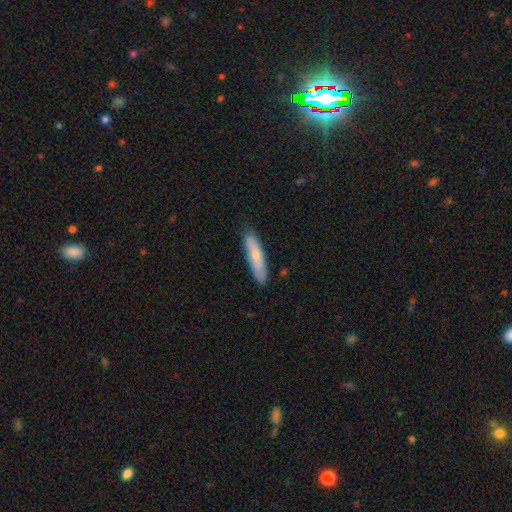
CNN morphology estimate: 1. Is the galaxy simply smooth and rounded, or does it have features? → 67% smooth, 27% featured or disk, 6% star or artifact.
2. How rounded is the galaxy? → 76% cigar-shaped, 23% in between, 2% round.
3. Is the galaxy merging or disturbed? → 82% none, 14% minor disturbance, 2% major disturbance, 1% merger.